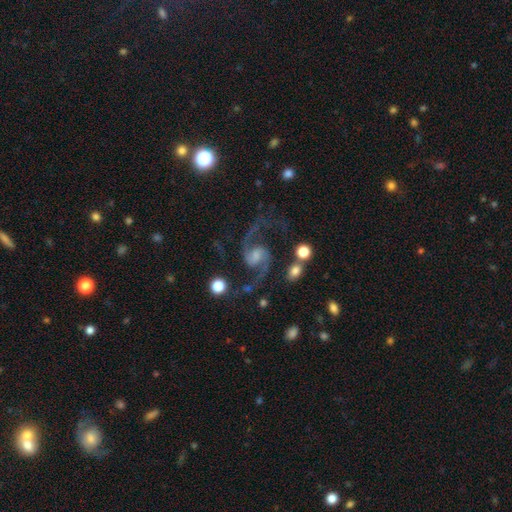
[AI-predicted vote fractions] A featured or disk galaxy (92%) with no bar (48%), 2 (94%) loose (47%) spiral arms (98%) and a moderate central bulge (36%).

Vote fractions:
- Smooth or featured? featured or disk: 92% / star or artifact: 5% / smooth: 3%
- Edge-on disk? no: 98% / yes: 2%
- Bar? no: 48% / weak: 41% / strong: 11%
- Spiral arms? yes: 98% / no: 2%
- Spiral winding? loose: 47% / medium: 46% / tight: 7%
- Spiral arm count? 2: 94% / 1: 1% / can't tell: 1% / 3: 1% / 4: 1% / more than 4: 1%
- Bulge size? moderate: 36% / small: 33% / none: 17% / large: 11% / dominant: 2%
- Merging? none: 75% / minor disturbance: 14% / major disturbance: 8% / merger: 3%